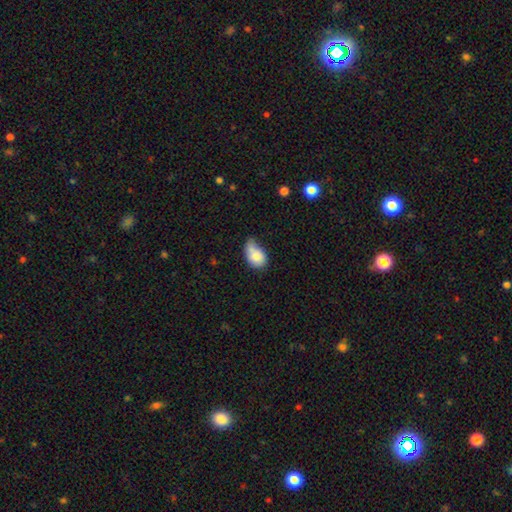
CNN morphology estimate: This appears to be a smooth galaxy with no disk features (80%) that is in between round and cigar-shaped (82%). Merging: minor disturbance (40%).